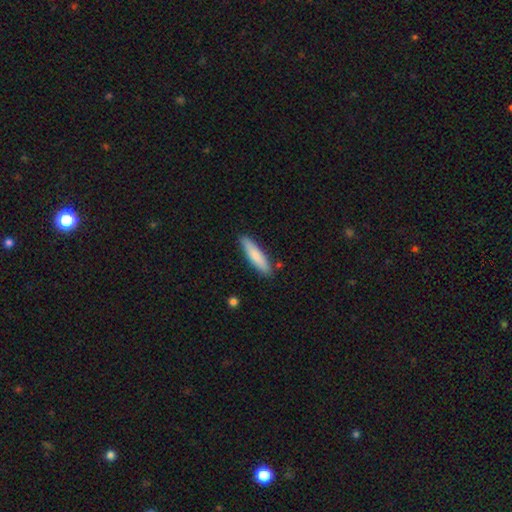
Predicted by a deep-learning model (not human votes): Smooth or featured: smooth — 79% (featured or disk — 15%)
How rounded: cigar-shaped — 79% (in between — 19%)
Merging: none — 86% (minor disturbance — 10%)